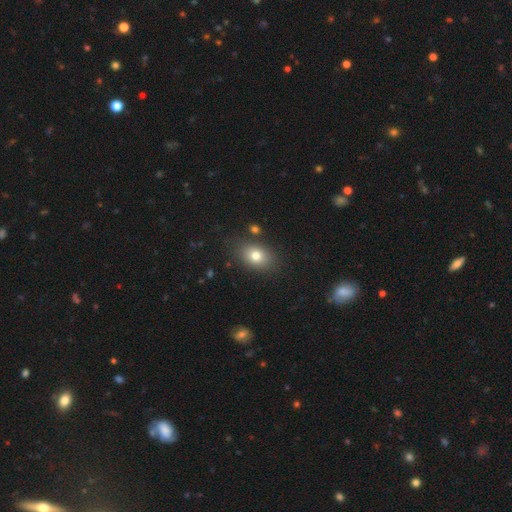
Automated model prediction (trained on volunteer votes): Smooth or featured?
  - smooth: 78% *
  - featured or disk: 12%
  - star or artifact: 10%
How rounded?
  - in between: 74% *
  - round: 25%
  - cigar-shaped: 1%
Merging?
  - none: 82% *
  - minor disturbance: 11%
  - major disturbance: 4%
  - merger: 3%